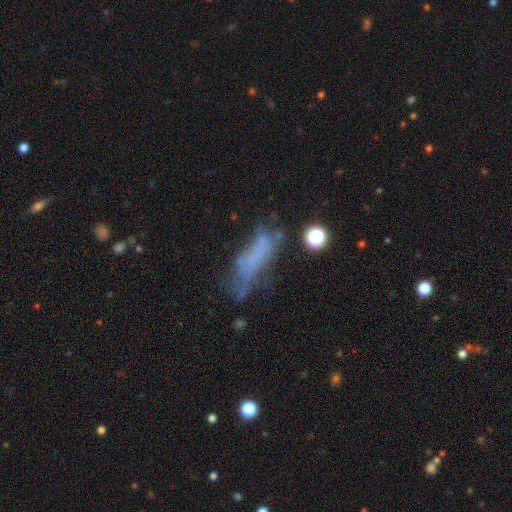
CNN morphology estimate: This is possibly a smooth galaxy (45%). Merging: marginally none (37%).